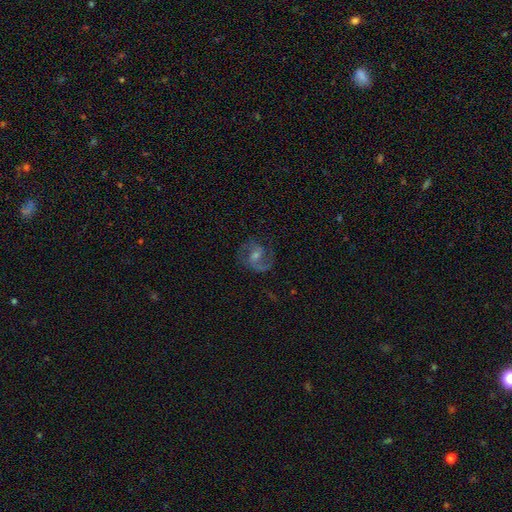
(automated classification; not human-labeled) Smooth or featured? Predicted: featured or disk (p=0.82). Edge-on disk? Predicted: no (p=0.98). Bar? Predicted: weak (p=0.49). Spiral arms? Predicted: yes (p=0.95). Spiral winding? Predicted: medium (p=0.56). Spiral arm count? Predicted: 2 (p=0.86). Bulge size? Predicted: moderate (p=0.51). Merging? Predicted: none (p=0.78).